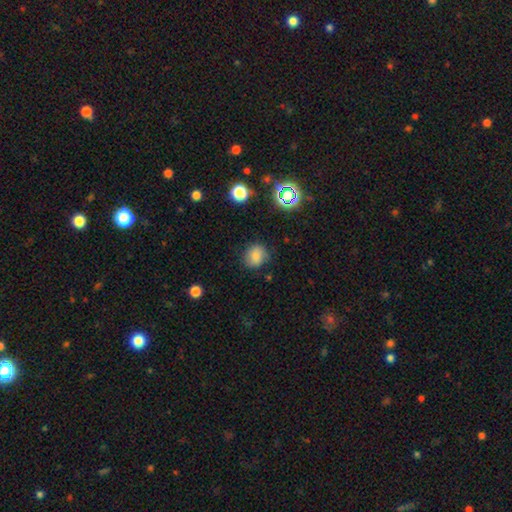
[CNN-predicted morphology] Smooth or featured? smooth (78%)
How rounded? round (75%)
Merging? none (78%)